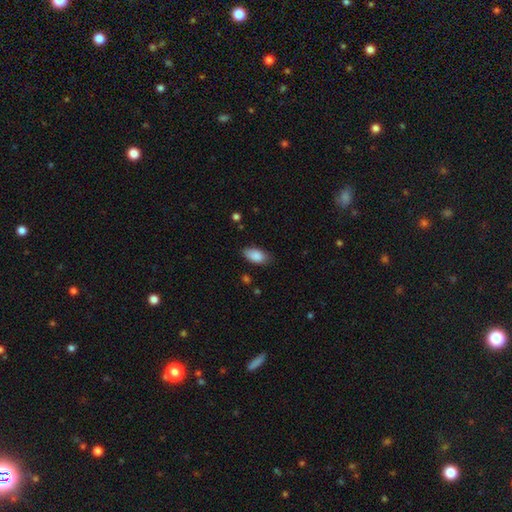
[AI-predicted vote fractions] This is clearly a smooth galaxy (88%). How rounded: clearly in between (92%). Merging: likely none (76%).